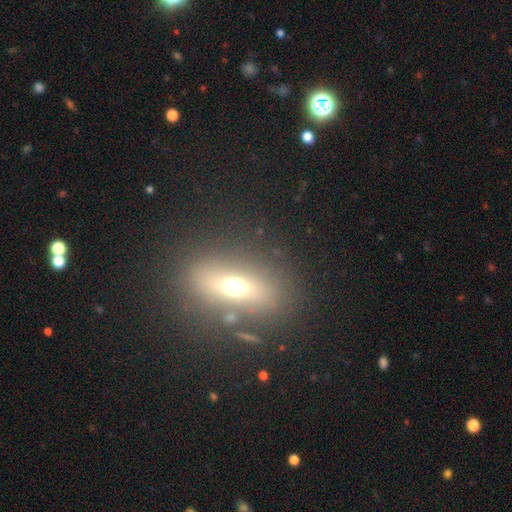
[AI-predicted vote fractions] Overall: featured or disk (45%; smooth 40%). Merging: none (79%).